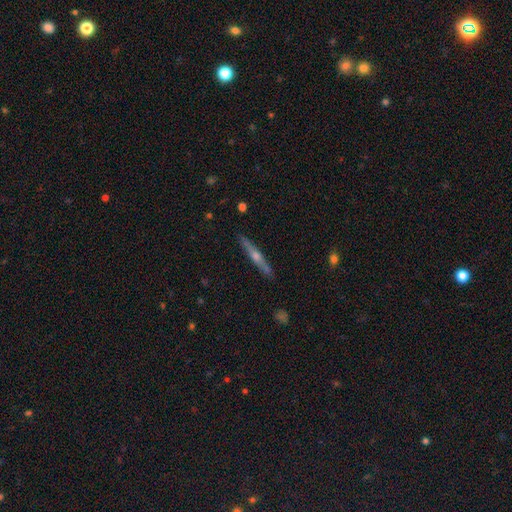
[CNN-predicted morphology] smooth-or-featured: featured or disk: 69% | smooth: 22% | star or artifact: 9%
  disk-edge-on: yes: 95% | no: 5%
    edge-on-bulge: rounded: 88% | none: 8% | boxy: 4%
  merging: none: 88% | minor disturbance: 9% | major disturbance: 2% | merger: 2%